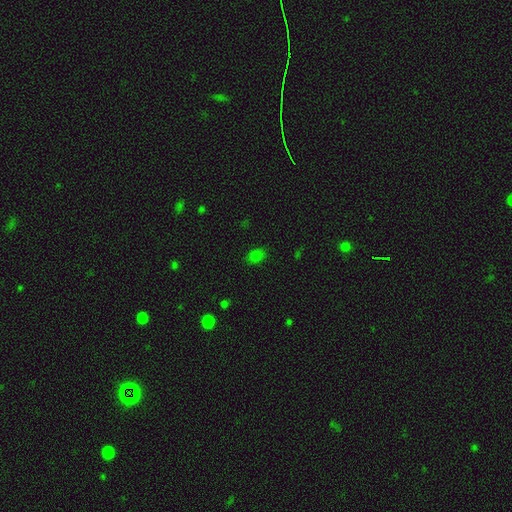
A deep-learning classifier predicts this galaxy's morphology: smooth-or-featured: smooth: 76% | star or artifact: 18% | featured or disk: 6%
  how-rounded: in between: 67% | round: 31% | cigar-shaped: 2%
  merging: none: 83% | minor disturbance: 13% | major disturbance: 3% | merger: 2%